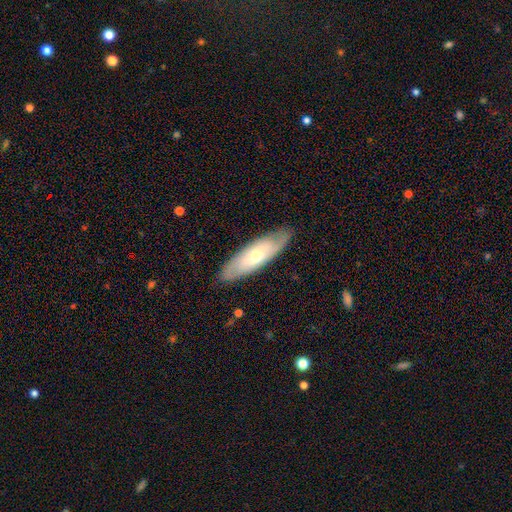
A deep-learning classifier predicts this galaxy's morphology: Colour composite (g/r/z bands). It shows a featured or disk galaxy (49%). Merging: none (85%).